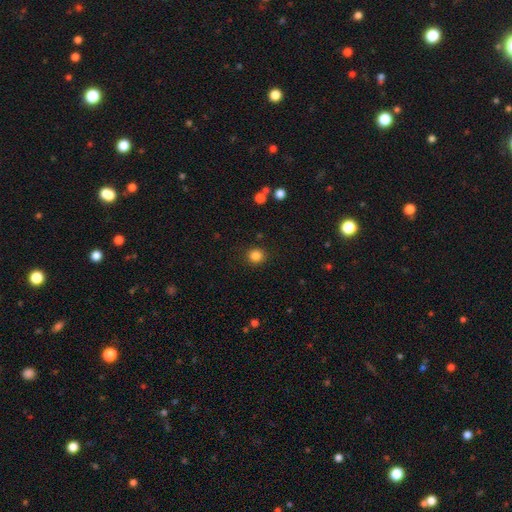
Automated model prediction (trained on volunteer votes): Smooth or featured: smooth — 85% (star or artifact — 11%)
How rounded: round — 90% (in between — 10%)
Merging: none — 91% (minor disturbance — 6%)